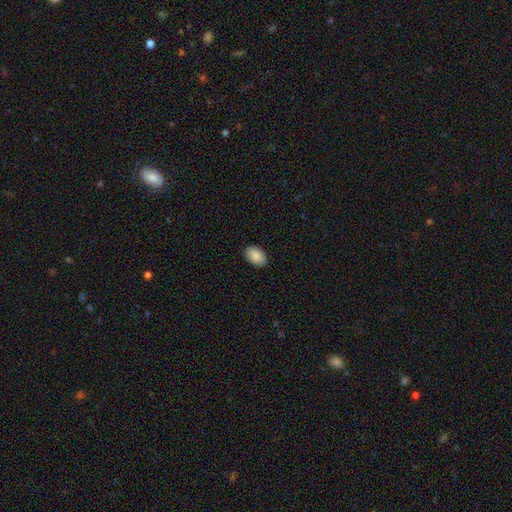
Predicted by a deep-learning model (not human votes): Smooth or featured: smooth — 90% (star or artifact — 6%)
How rounded: in between — 90% (round — 9%)
Merging: none — 90% (minor disturbance — 7%)